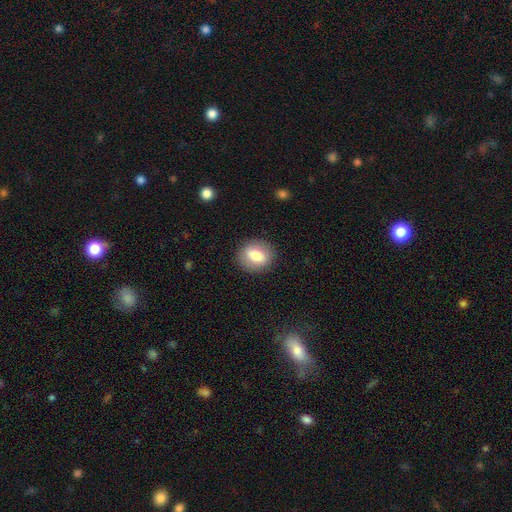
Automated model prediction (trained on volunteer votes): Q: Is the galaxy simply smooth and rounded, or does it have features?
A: smooth — 76%.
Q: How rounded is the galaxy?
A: round — 62%.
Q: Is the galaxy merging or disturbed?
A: none — 88%.